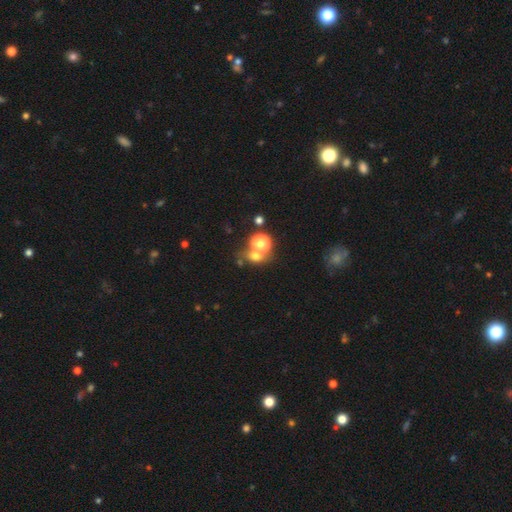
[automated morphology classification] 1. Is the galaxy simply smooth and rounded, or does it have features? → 63% smooth, 26% star or artifact, 11% featured or disk.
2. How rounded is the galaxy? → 65% round, 33% in between, 2% cigar-shaped.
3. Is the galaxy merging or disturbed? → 53% none, 32% merger, 9% minor disturbance, 6% major disturbance.